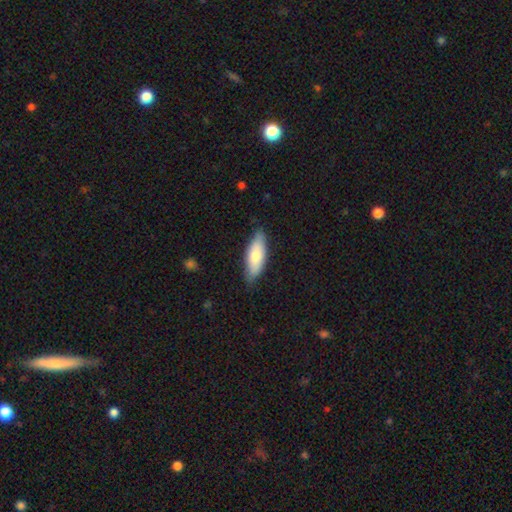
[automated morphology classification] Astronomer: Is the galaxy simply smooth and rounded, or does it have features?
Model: smooth — 73%.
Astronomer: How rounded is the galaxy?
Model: in between — 68%.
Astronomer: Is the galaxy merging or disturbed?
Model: none — 78%.